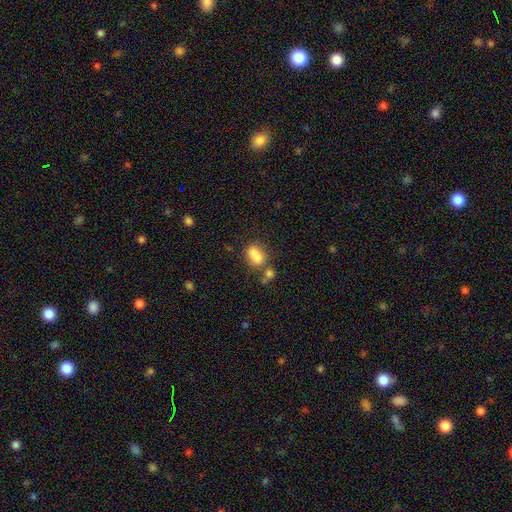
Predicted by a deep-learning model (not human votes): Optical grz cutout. It shows a smooth galaxy with no disk features (75%) that is in between round and cigar-shaped (70%). Merging: merger (44%).